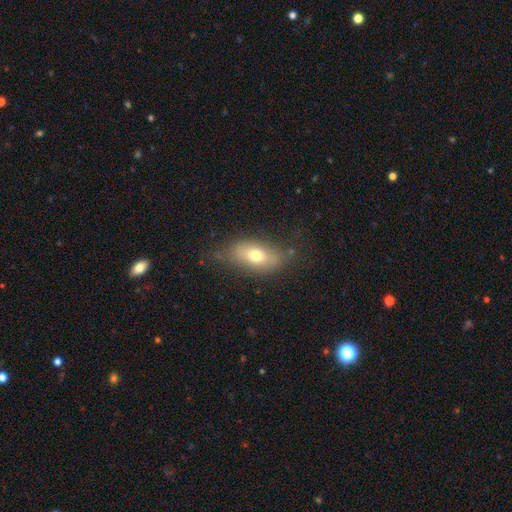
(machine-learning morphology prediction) type=smooth (67%); roundness=in between (84%); merging=none (68%).